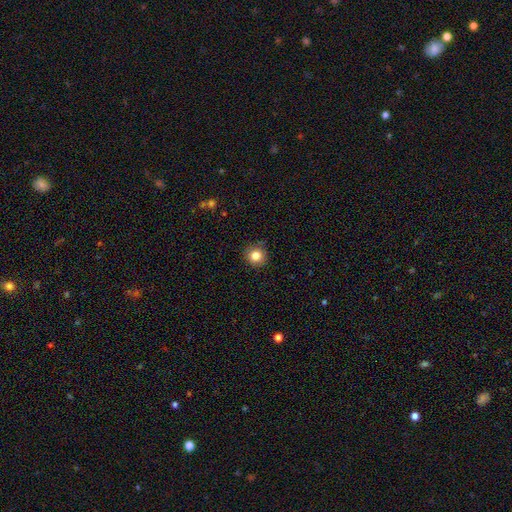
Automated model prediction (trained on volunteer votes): Smooth or featured? smooth (83%)
How rounded? round (93%)
Merging? none (88%)